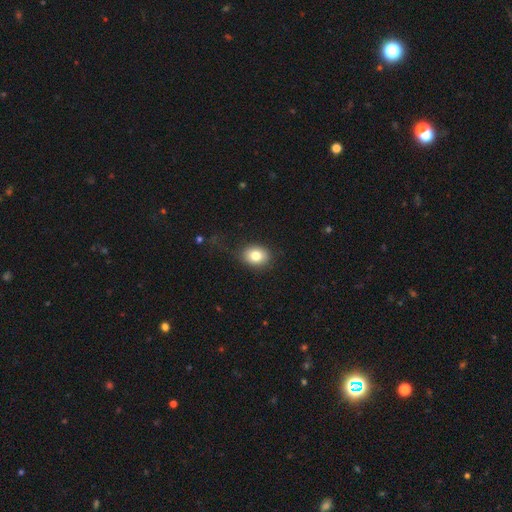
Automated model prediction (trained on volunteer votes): Smooth or featured? Predicted: smooth (p=0.81). How rounded? Predicted: in between (p=0.53). Merging? Predicted: none (p=0.78).